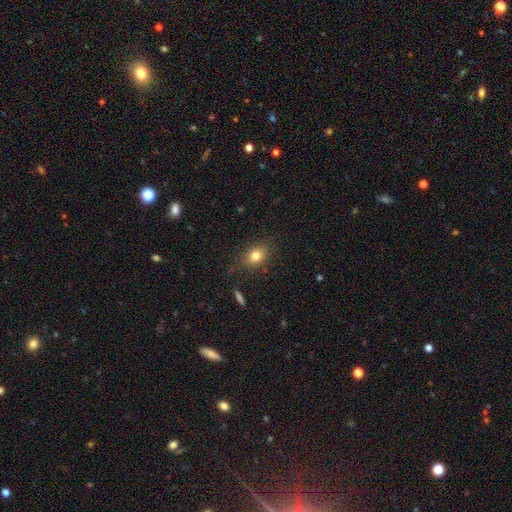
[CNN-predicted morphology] smooth_or_featured: smooth (p=0.79) [alt: star or artifact p=0.11]
how_rounded: in between (p=0.55) [alt: round p=0.43]
merging: none (p=0.79) [alt: minor disturbance p=0.15]